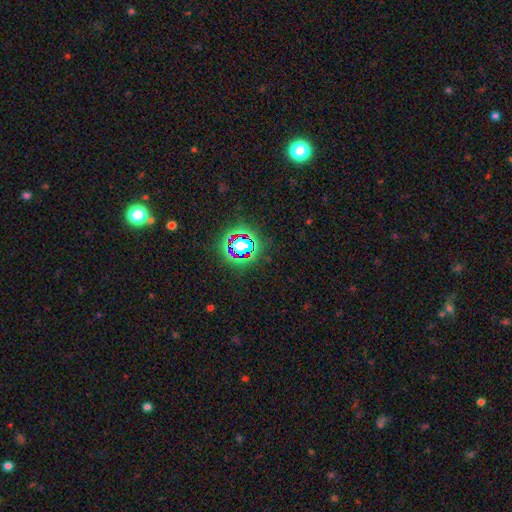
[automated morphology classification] This is likely a star or artifact rather than a galaxy (78%).